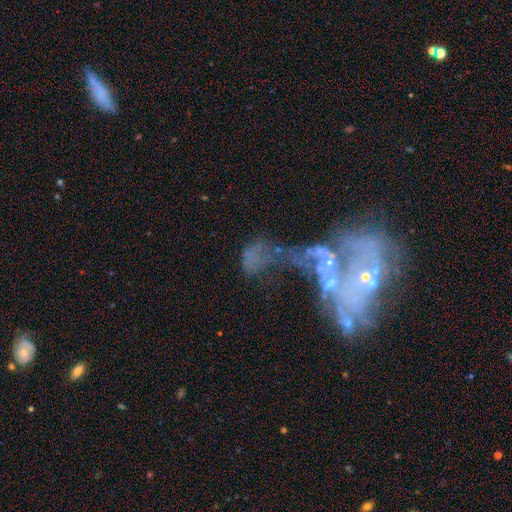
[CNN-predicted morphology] Smooth or featured?
  - featured or disk: 59% *
  - star or artifact: 23%
  - smooth: 19%
Edge-on disk?
  - no: 94% *
  - yes: 6%
Bar?
  - no: 75% *
  - weak: 17%
  - strong: 9%
Spiral arms?
  - no: 50% * (tied)
  - yes: 50% * (tied)
Bulge size?
  - none: 42% *
  - small: 37%
  - moderate: 16%
  - large: 3%
  - dominant: 2%
Merging?
  - major disturbance: 36% * (tied)
  - merger: 36% * (tied)
  - none: 18%
  - minor disturbance: 11%